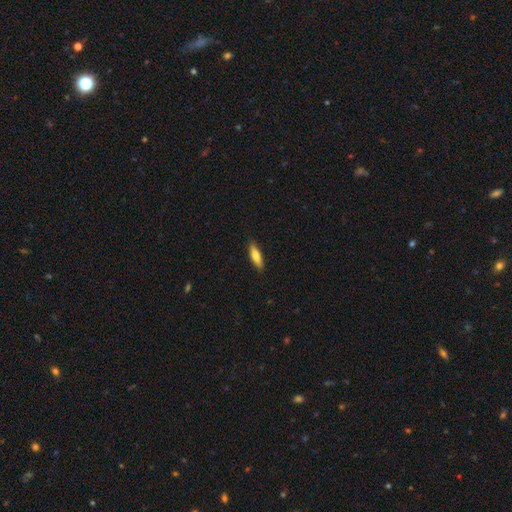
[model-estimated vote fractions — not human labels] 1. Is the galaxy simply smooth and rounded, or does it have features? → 70% smooth, 24% featured or disk, 6% star or artifact.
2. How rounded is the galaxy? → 59% cigar-shaped, 39% in between, 2% round.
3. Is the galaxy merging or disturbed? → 89% none, 9% minor disturbance, 2% major disturbance, 1% merger.